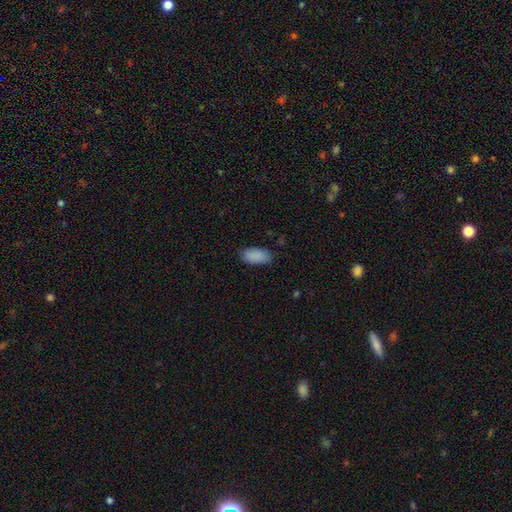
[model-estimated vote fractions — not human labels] smooth-or-featured: smooth: 89% | star or artifact: 7% | featured or disk: 4%
  how-rounded: in between: 93% | cigar-shaped: 5% | round: 2%
  merging: none: 79% | minor disturbance: 17% | major disturbance: 3% | merger: 1%